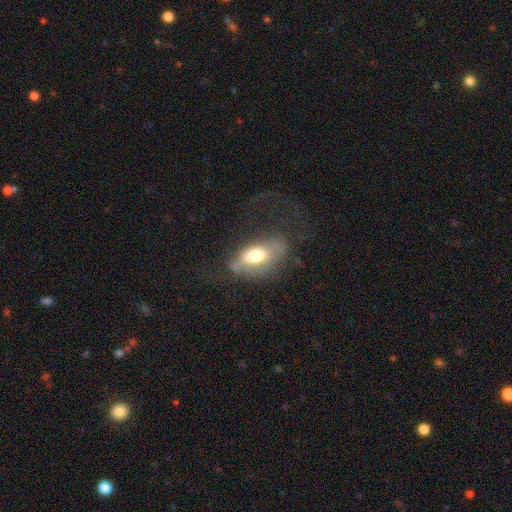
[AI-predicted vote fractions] Morphology: type=smooth (64%); roundness=in between (87%); merging=none (38%).